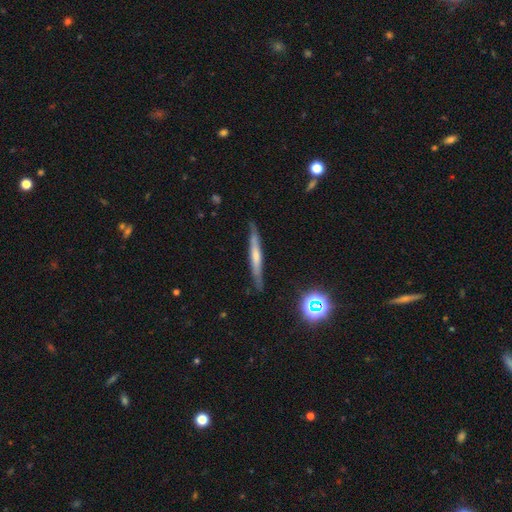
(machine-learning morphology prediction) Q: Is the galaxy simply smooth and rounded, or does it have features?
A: featured or disk — 55%.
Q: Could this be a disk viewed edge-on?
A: yes — 93%.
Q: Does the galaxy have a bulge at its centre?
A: none — 45%.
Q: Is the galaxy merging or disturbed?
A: none — 85%.